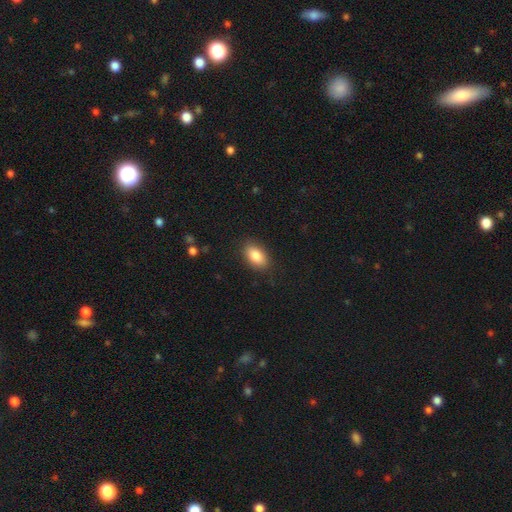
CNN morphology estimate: Q: Smooth or featured?
A: smooth (85%); runner-up: featured or disk (7%)
Q: How rounded?
A: in between (91%); runner-up: round (6%)
Q: Merging?
A: none (86%); runner-up: minor disturbance (10%)